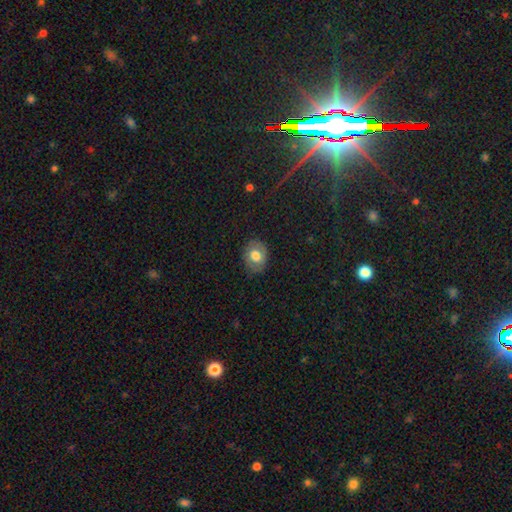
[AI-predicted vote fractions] Smooth or featured? smooth (71%)
How rounded? in between (56%)
Merging? none (83%)